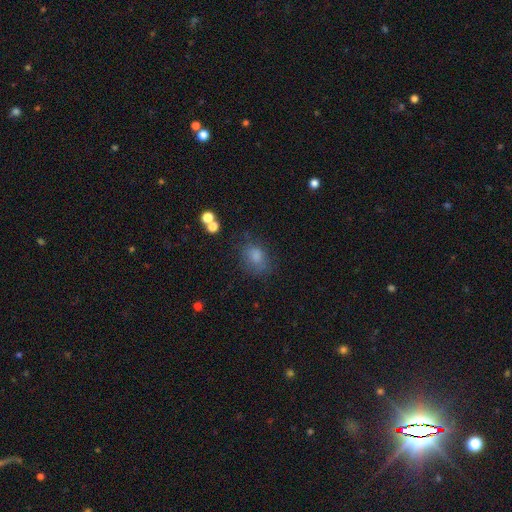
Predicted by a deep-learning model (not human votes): A smooth galaxy with no disk features (71%) that is in between round and cigar-shaped (55%). Merging: none (70%).